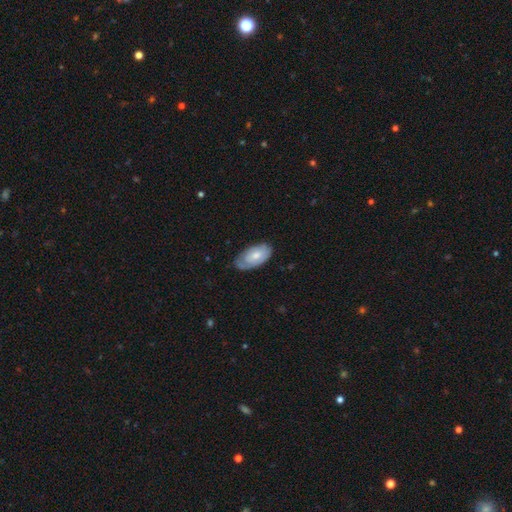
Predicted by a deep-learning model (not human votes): Smooth or featured?
  - smooth: 55% *
  - featured or disk: 40%
  - star or artifact: 5%
How rounded?
  - in between: 94% *
  - round: 3%
  - cigar-shaped: 3%
Merging?
  - none: 59% *
  - minor disturbance: 31%
  - major disturbance: 8%
  - merger: 2%